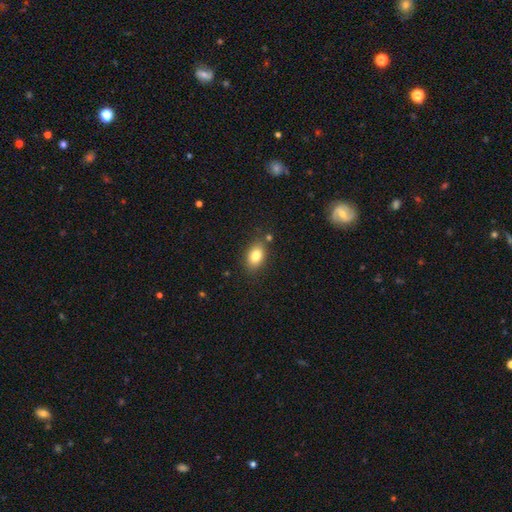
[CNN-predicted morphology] A smooth galaxy with no disk features (82%) that is in between round and cigar-shaped (84%). Merging: none (80%).